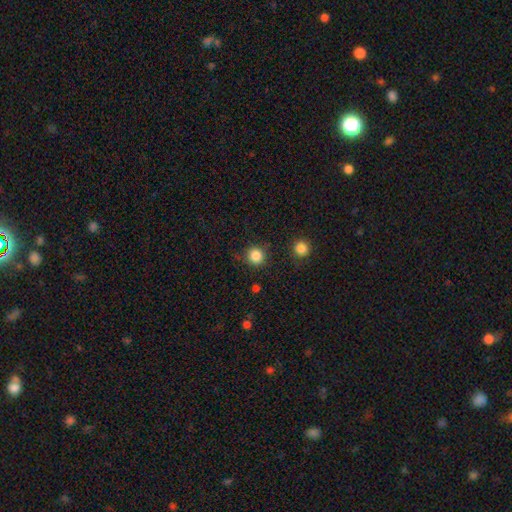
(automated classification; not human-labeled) The model was most divided on "smooth or featured": smooth: 85%, star or artifact: 11%, featured or disk: 4%. More confident: how rounded — round (94%); merging — none (87%).